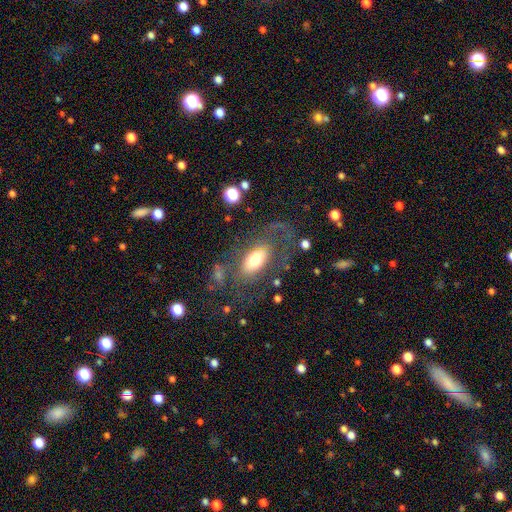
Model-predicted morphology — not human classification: Smooth or featured? Predicted: smooth (p=0.47). Merging? Predicted: none (p=0.51).